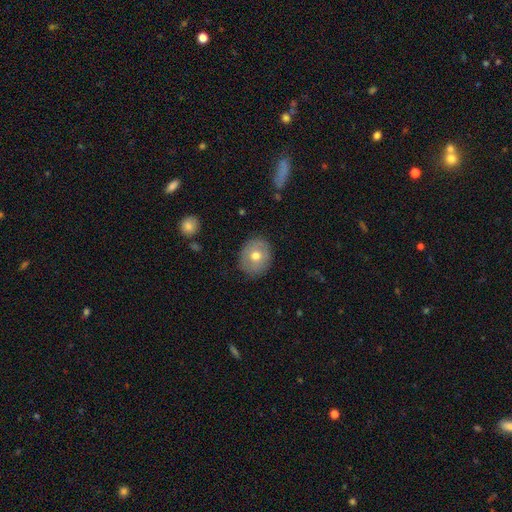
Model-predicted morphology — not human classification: The model was most divided on "smooth or featured": smooth: 64%, featured or disk: 28%, star or artifact: 8%. More confident: merging — none (84%); how rounded — round (69%).